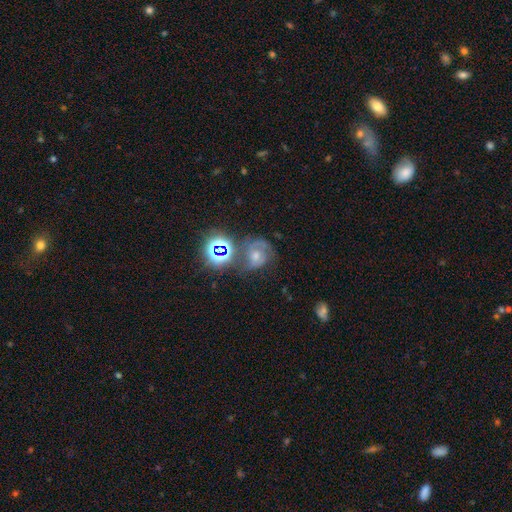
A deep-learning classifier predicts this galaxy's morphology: smooth-or-featured: featured or disk: 56% | star or artifact: 28% | smooth: 16%
  disk-edge-on: no: 97% | yes: 3%
    bar: no: 67% | weak: 26% | strong: 7%
    has-spiral-arms: yes: 90% | no: 10%
    bulge-size: moderate: 58% | small: 30% | large: 6% | none: 3% | dominant: 2%
  merging: none: 57% | minor disturbance: 19% | major disturbance: 13% | merger: 10%